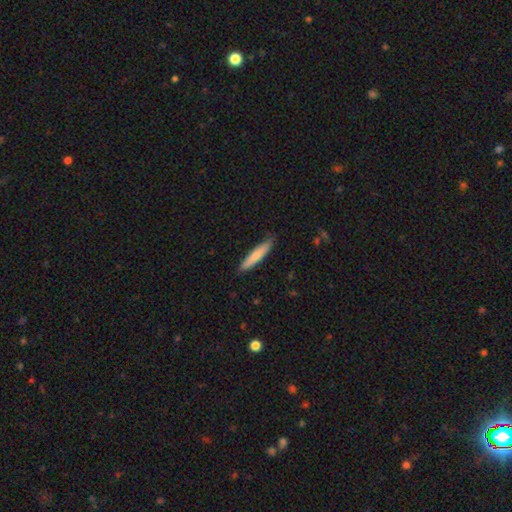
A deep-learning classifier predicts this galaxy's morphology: Smooth or featured? Predicted: smooth (p=0.74). How rounded? Predicted: cigar-shaped (p=0.89). Merging? Predicted: none (p=0.86).